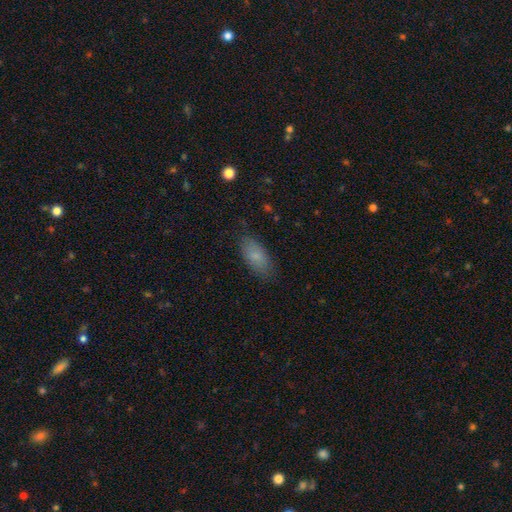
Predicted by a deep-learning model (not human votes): Smooth or featured? smooth (82%)
How rounded? in between (87%)
Merging? none (81%)